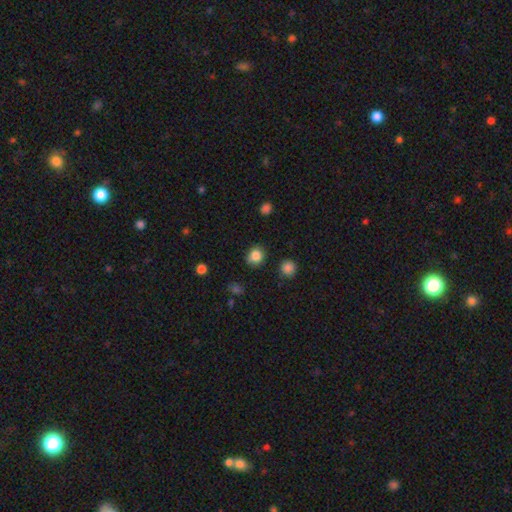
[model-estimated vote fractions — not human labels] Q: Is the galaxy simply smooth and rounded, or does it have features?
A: smooth — 84%.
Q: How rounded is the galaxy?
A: round — 76%.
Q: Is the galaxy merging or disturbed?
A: none — 80%.